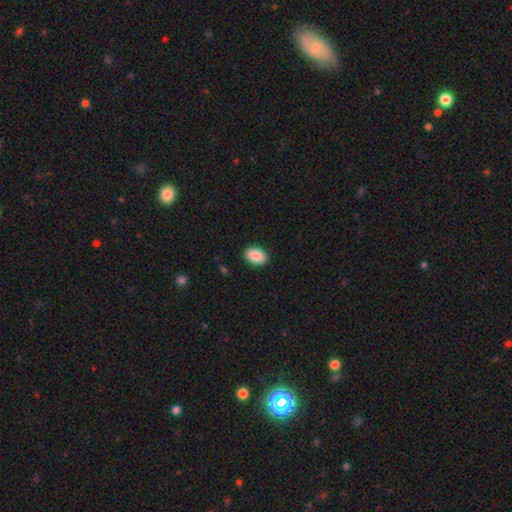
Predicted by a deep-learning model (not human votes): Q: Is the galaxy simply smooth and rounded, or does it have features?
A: smooth — 89%.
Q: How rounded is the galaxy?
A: in between — 90%.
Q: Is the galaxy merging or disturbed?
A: none — 89%.